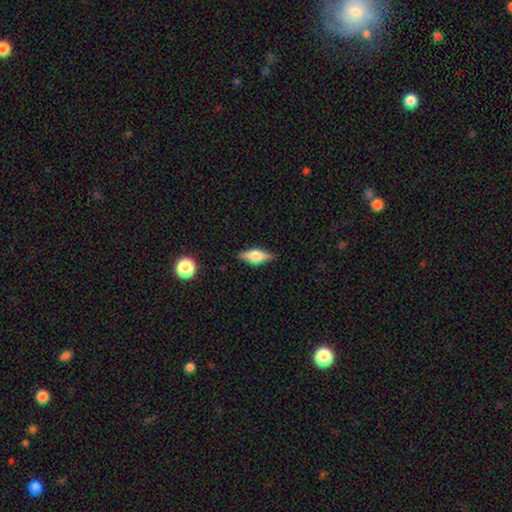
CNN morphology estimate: A featured or disk galaxy (47%).

Vote fractions:
- Smooth or featured? featured or disk: 47% / smooth: 45% / star or artifact: 8%
- Merging? none: 85% / minor disturbance: 11% / major disturbance: 2% / merger: 1%